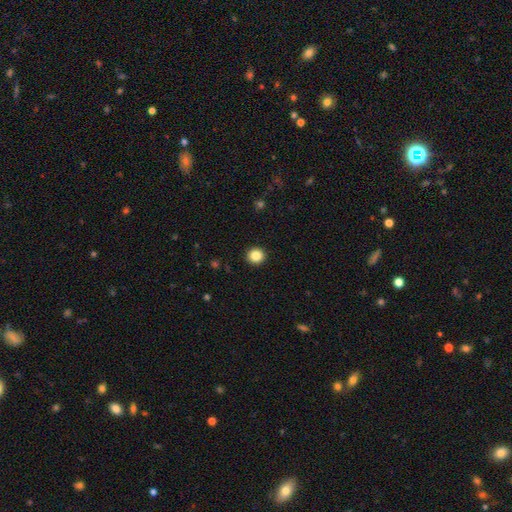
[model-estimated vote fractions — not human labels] Smooth or featured?
  - smooth: 86% *
  - star or artifact: 10%
  - featured or disk: 4%
How rounded?
  - round: 92% *
  - in between: 7%
  - cigar-shaped: 1%
Merging?
  - none: 93% *
  - minor disturbance: 4%
  - major disturbance: 2%
  - merger: 1%